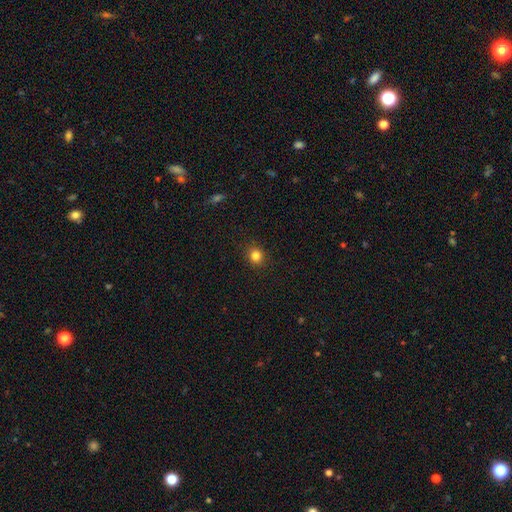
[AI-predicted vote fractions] Overall: smooth (83%). How rounded: round (85%). Merging: none (90%).